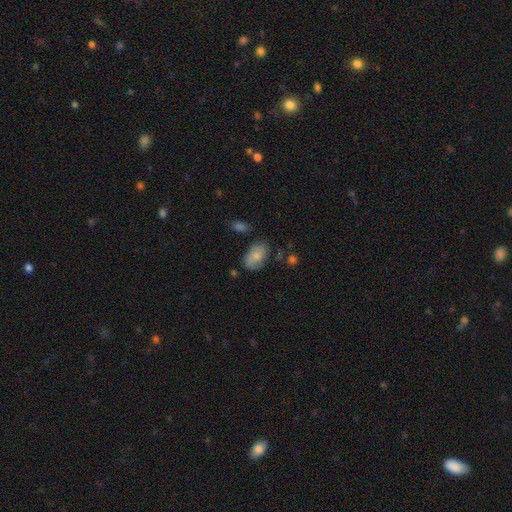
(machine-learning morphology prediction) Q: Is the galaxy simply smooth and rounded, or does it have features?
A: smooth — 71%.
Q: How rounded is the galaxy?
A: in between — 90%.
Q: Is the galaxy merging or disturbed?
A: none — 63%.